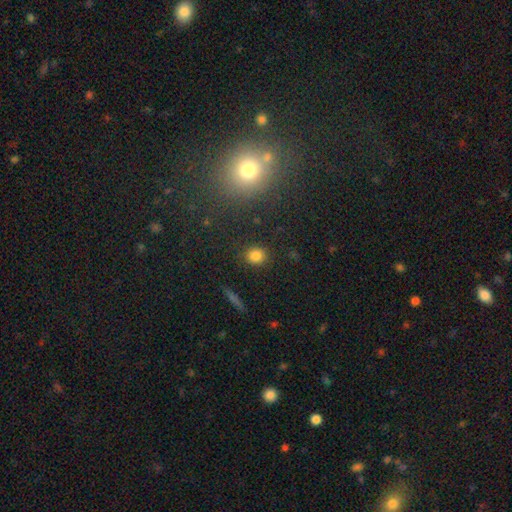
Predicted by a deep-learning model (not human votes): smooth_or_featured: smooth (p=0.82) [alt: star or artifact p=0.12]
how_rounded: round (p=0.74) [alt: in between p=0.24]
merging: none (p=0.88) [alt: minor disturbance p=0.08]